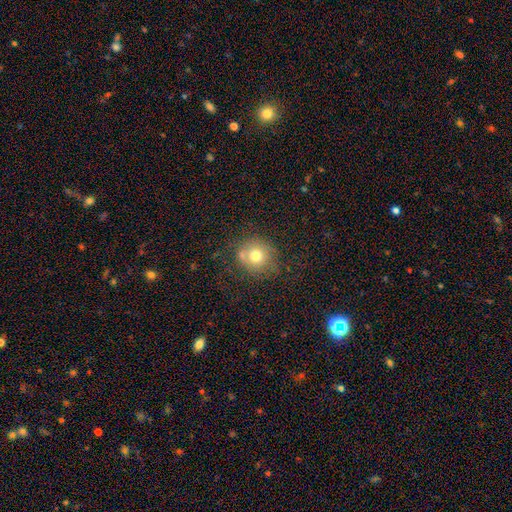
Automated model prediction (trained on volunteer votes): Smooth or featured: smooth — 72% (featured or disk — 16%)
How rounded: round — 87% (in between — 12%)
Merging: none — 62% (minor disturbance — 17%)